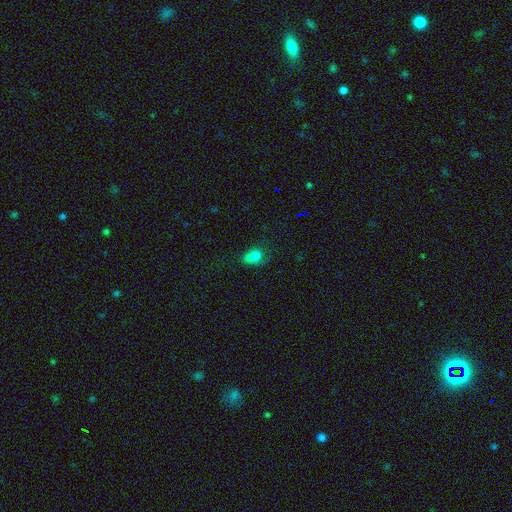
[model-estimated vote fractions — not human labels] The model was most divided on "how rounded" (2-way tie): in between: 49%, round: 49%, cigar-shaped: 2%. Remaining: smooth or featured — smooth (73%); merging — merger (43%).